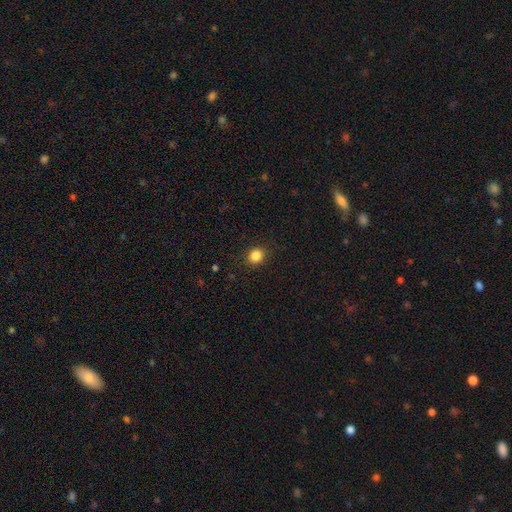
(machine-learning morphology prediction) Smooth or featured: smooth — 85% (star or artifact — 11%)
How rounded: round — 75% (in between — 24%)
Merging: none — 89% (minor disturbance — 8%)